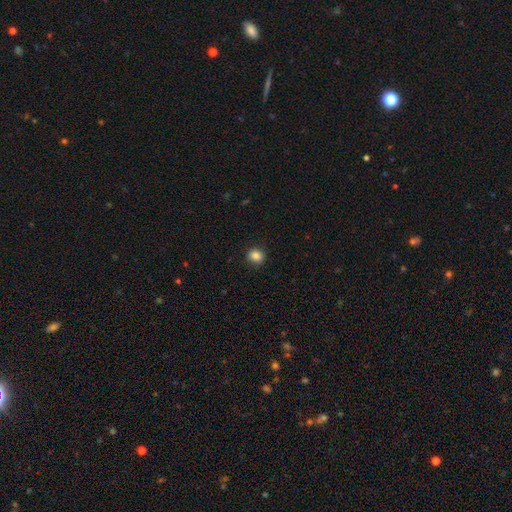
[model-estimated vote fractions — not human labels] Smooth or featured: smooth — 85% (star or artifact — 10%)
How rounded: round — 76% (in between — 23%)
Merging: none — 90% (minor disturbance — 7%)